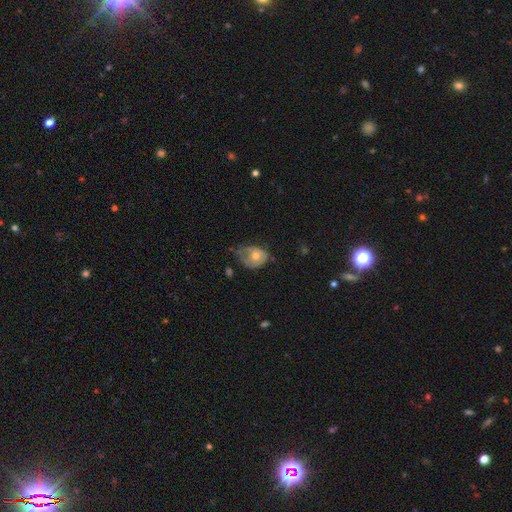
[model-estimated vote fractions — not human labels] smooth 54%, featured or disk 39%, star or artifact 7%. Down the decision tree: how rounded — in between (63%); merging — minor disturbance (38%).